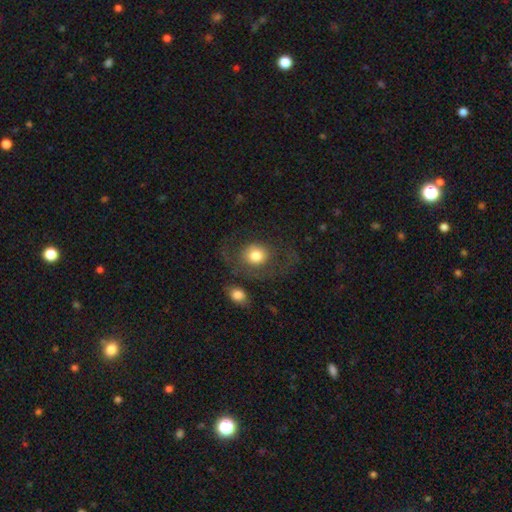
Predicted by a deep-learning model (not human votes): Smooth or featured? Predicted: smooth (p=0.67). How rounded? Predicted: round (p=0.68). Merging? Predicted: none (p=0.47).